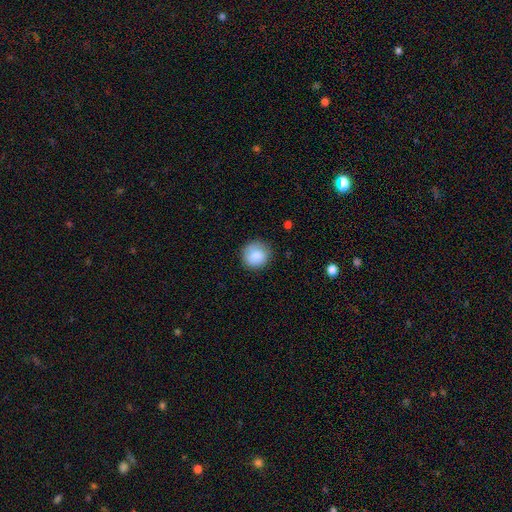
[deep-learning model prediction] This appears to be a smooth galaxy with no disk features (86%) that is round (93%). Merging: none (83%).